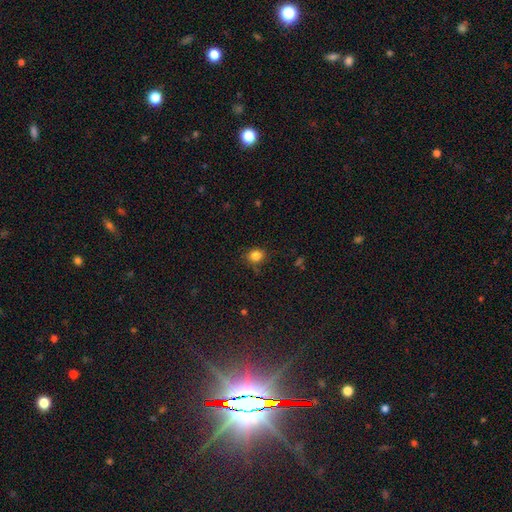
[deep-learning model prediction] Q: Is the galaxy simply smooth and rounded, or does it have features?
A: smooth — 83%.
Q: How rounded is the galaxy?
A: round — 71%.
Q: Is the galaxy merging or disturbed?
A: none — 79%.